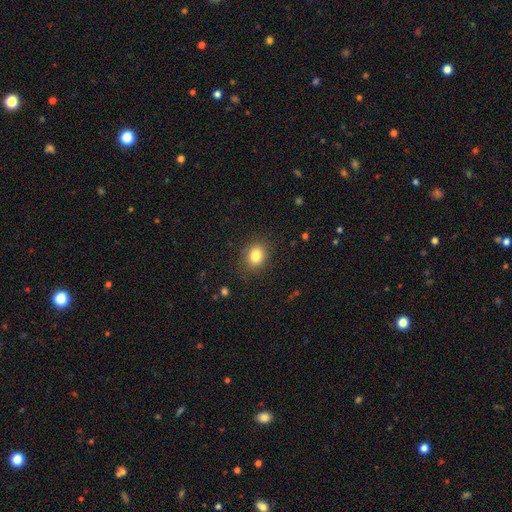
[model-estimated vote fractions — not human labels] Smooth or featured: smooth — 84% (star or artifact — 11%)
How rounded: round — 59% (in between — 40%)
Merging: none — 86% (minor disturbance — 10%)